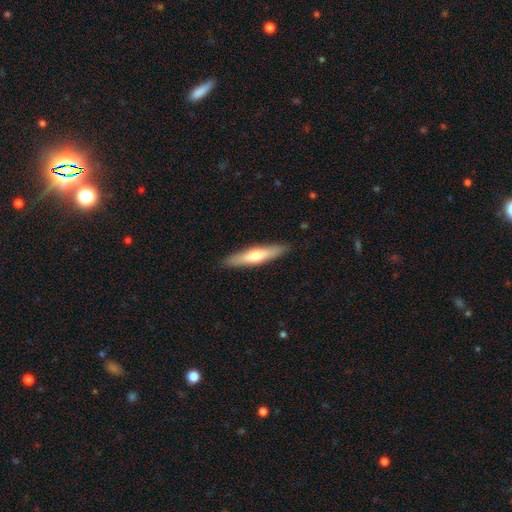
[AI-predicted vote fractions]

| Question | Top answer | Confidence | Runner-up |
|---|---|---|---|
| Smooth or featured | smooth | 53% | featured or disk (41%) |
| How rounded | cigar-shaped | 84% | in between (14%) |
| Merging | none | 90% | minor disturbance (8%) |